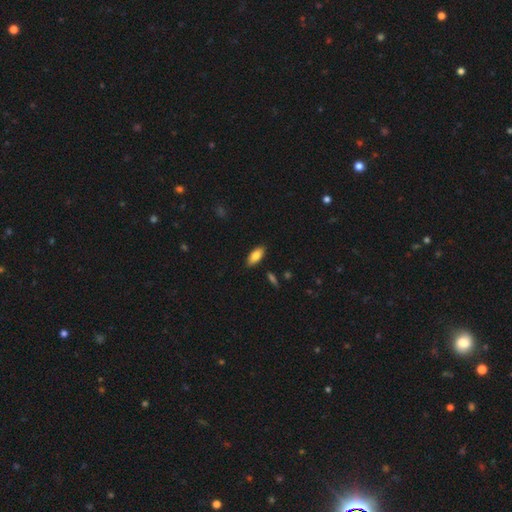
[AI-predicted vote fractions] Smooth or featured: smooth — 83% (featured or disk — 10%)
How rounded: in between — 88% (cigar-shaped — 10%)
Merging: none — 87% (minor disturbance — 9%)